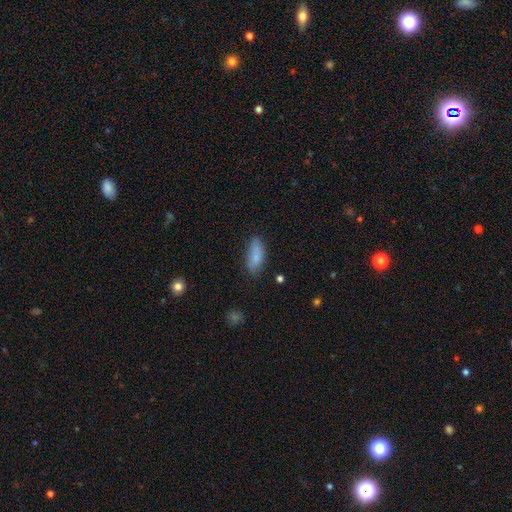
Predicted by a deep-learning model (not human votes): This is clearly a smooth galaxy (83%). How rounded: clearly in between (84%). Merging: likely none (71%).